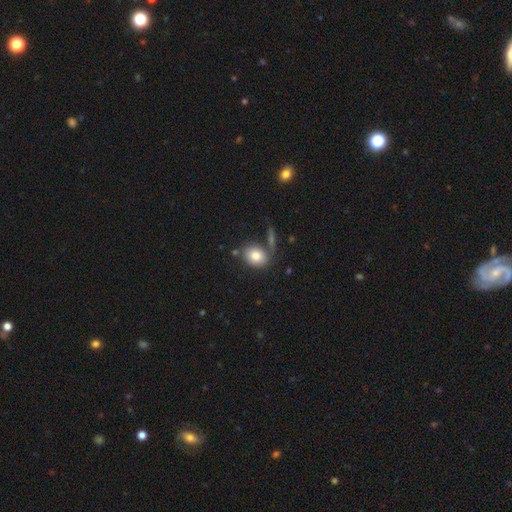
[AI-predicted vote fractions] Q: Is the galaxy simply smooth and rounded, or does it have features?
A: smooth — 81%.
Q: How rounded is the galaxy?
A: round — 51%.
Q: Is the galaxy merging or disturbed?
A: none — 66%.